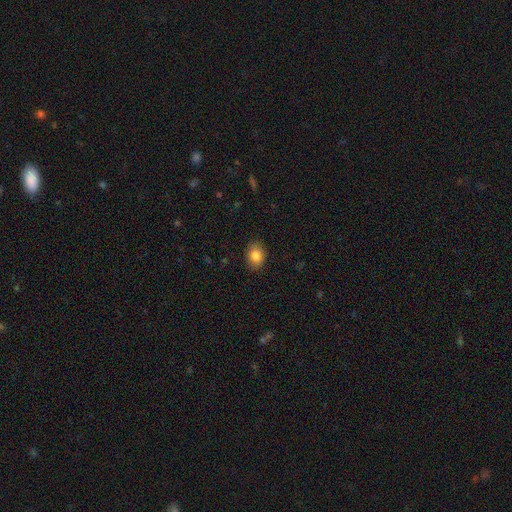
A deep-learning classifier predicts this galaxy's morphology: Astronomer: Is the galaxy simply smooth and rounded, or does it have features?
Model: smooth — 85%.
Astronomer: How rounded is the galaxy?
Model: in between — 69%.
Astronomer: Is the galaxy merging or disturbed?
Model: none — 87%.